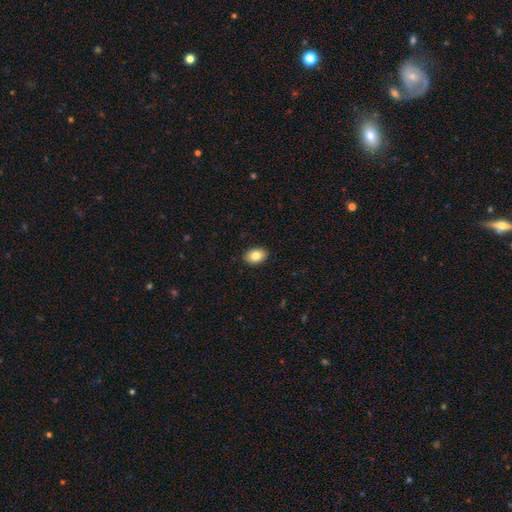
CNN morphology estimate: This is clearly a smooth galaxy (83%). How rounded: clearly in between (81%). Merging: clearly none (90%).